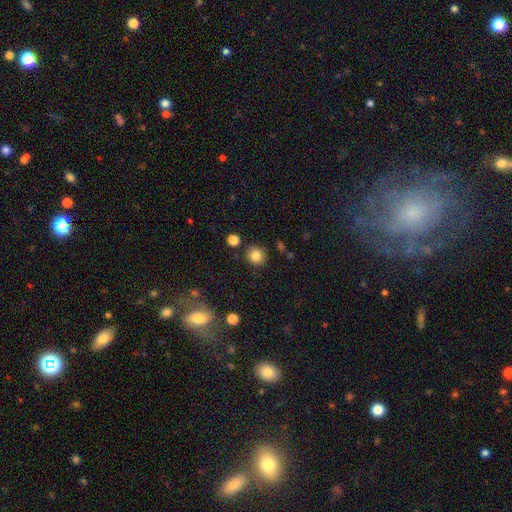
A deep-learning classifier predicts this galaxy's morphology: smooth 83%, star or artifact 11%, featured or disk 6%. Down the decision tree: how rounded — round (89%); merging — none (86%).